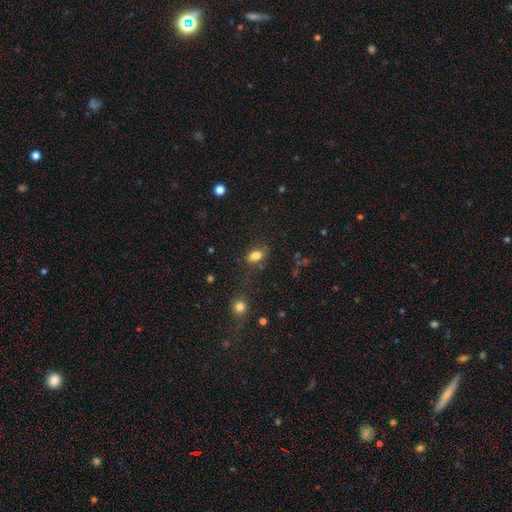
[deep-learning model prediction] Q: Smooth or featured?
A: smooth (81%); runner-up: star or artifact (10%)
Q: How rounded?
A: in between (84%); runner-up: round (12%)
Q: Merging?
A: none (76%); runner-up: minor disturbance (15%)